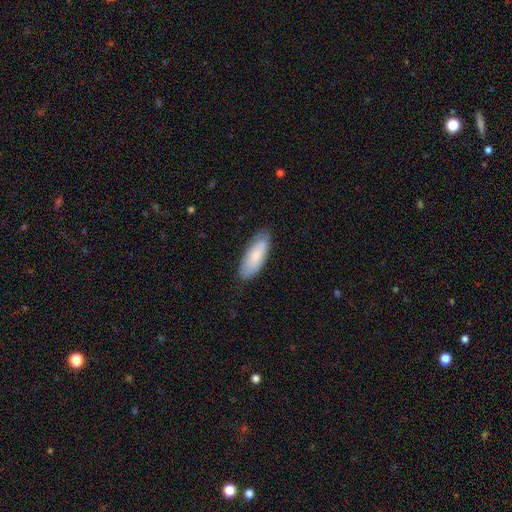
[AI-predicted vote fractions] Smooth or featured? smooth (74%)
How rounded? in between (73%)
Merging? none (78%)